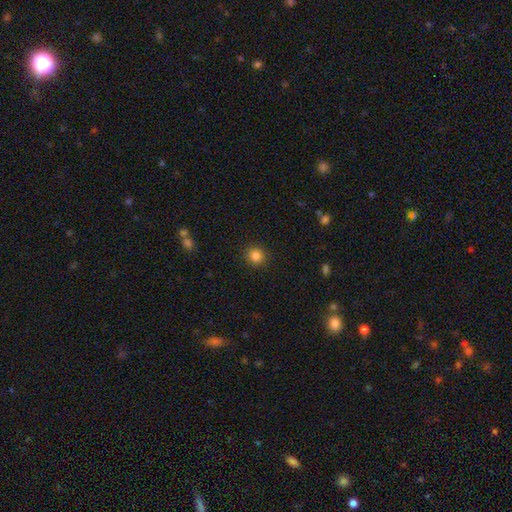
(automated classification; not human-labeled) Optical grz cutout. It shows a smooth galaxy with no disk features (84%) that is round (90%). Merging: none (91%).